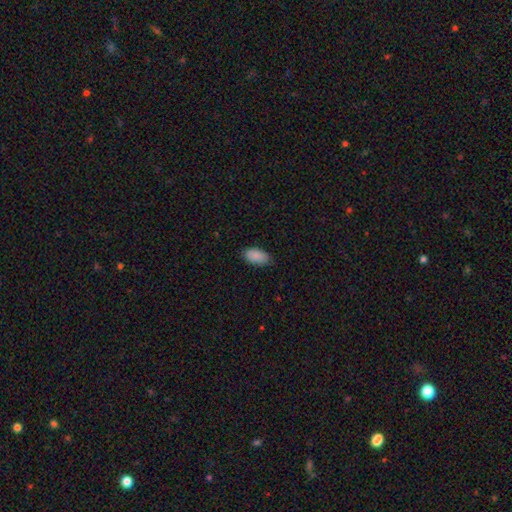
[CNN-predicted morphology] A smooth galaxy with no disk features (89%) that is in between round and cigar-shaped (94%).

Vote fractions:
- Smooth or featured? smooth: 89% / star or artifact: 7% / featured or disk: 4%
- How rounded? in between: 94% / round: 3% / cigar-shaped: 3%
- Merging? none: 84% / minor disturbance: 13% / major disturbance: 2% / merger: 1%